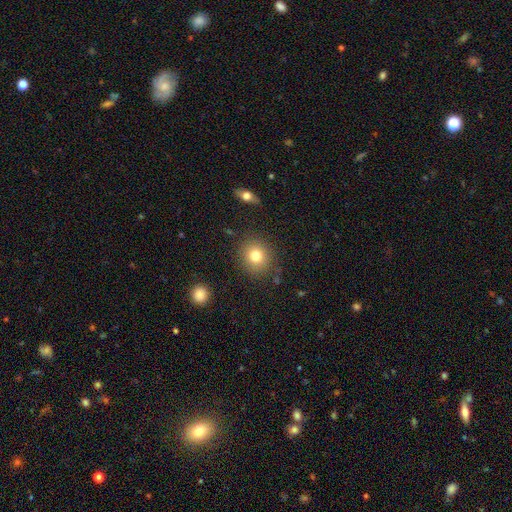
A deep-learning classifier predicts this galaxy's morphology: Overall: smooth (79%). How rounded: round (86%). Merging: none (86%).